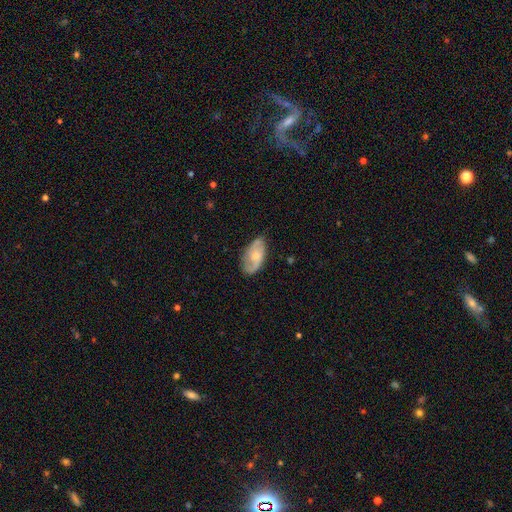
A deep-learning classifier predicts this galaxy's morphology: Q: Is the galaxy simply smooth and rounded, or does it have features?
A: featured or disk — 59%.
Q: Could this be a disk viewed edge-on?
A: no — 94%.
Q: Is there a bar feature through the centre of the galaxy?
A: no — 65%.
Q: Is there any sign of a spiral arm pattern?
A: yes — 86%.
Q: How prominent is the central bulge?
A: moderate — 43%.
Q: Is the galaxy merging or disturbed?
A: none — 70%.